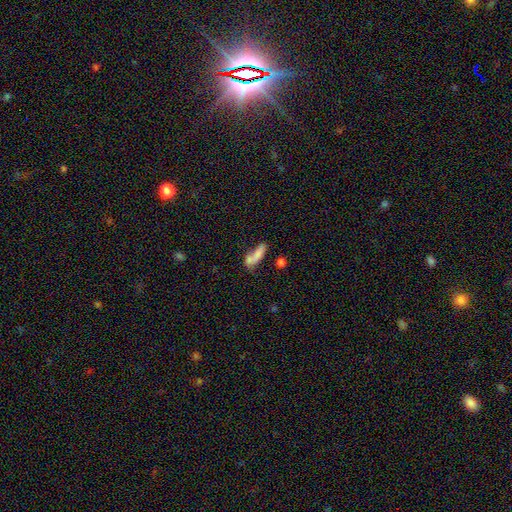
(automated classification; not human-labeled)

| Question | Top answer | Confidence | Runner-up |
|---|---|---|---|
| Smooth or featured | smooth | 73% | featured or disk (17%) |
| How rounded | cigar-shaped | 48% | tied: in between (48%) |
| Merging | merger | 37% | none (36%) |